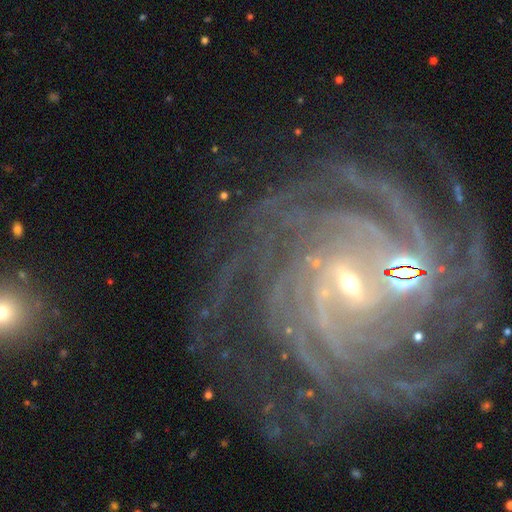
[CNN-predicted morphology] A featured or disk galaxy (89%) with a weak bar (41%), more than 4 (29%) tight (70%) spiral arms (98%) and a small central bulge (75%).

Vote fractions:
- Smooth or featured? featured or disk: 89% / star or artifact: 7% / smooth: 3%
- Edge-on disk? no: 98% / yes: 2%
- Bar? weak: 41% / strong: 34% / no: 25%
- Spiral arms? yes: 98% / no: 2%
- Spiral winding? tight: 70% / medium: 25% / loose: 5%
- Spiral arm count? more than 4: 29% / 4: 24% / can't tell: 16% / 3: 12% / 2: 11% / 1: 9%
- Bulge size? small: 75% / moderate: 20% / none: 2% / large: 2% / dominant: 1%
- Merging? none: 68% / minor disturbance: 15% / major disturbance: 12% / merger: 4%